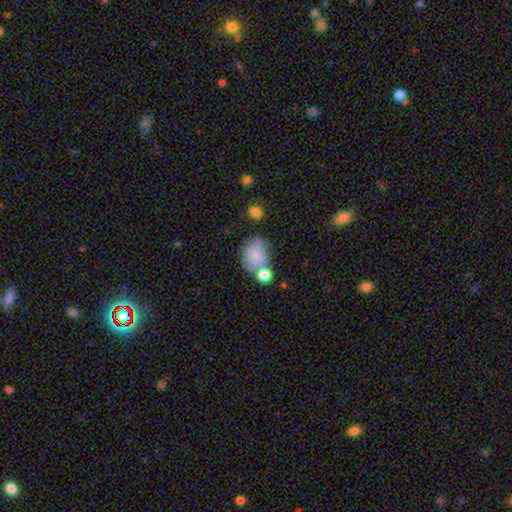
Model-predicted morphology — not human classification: Q: Smooth or featured?
A: smooth (77%); runner-up: featured or disk (15%)
Q: How rounded?
A: round (50%); runner-up: in between (49%)
Q: Merging?
A: none (48%); runner-up: merger (23%)